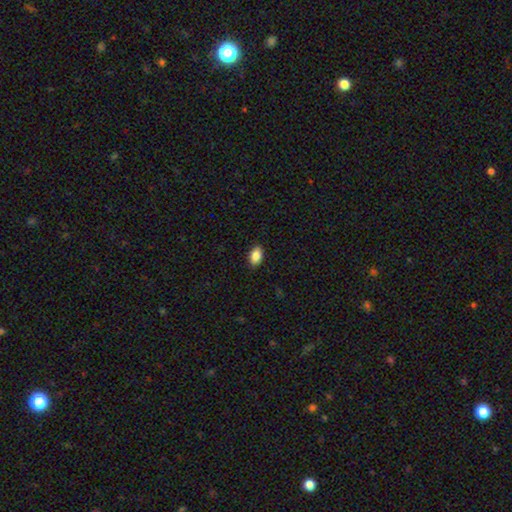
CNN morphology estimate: Smooth or featured?
  - smooth: 88% *
  - star or artifact: 8%
  - featured or disk: 4%
How rounded?
  - in between: 90% *
  - round: 8%
  - cigar-shaped: 2%
Merging?
  - none: 89% *
  - minor disturbance: 8%
  - major disturbance: 2%
  - merger: 1%